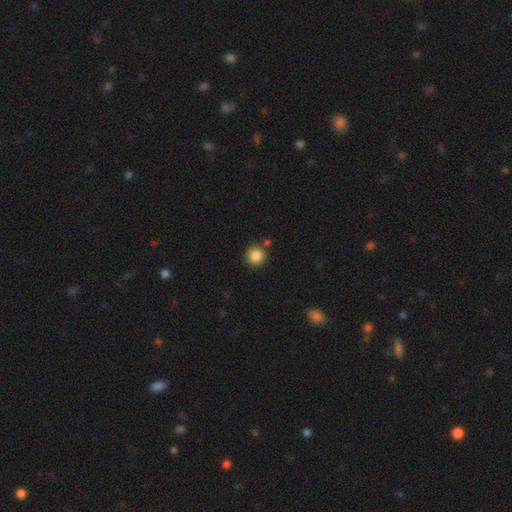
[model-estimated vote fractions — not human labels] Overall: smooth (87%). How rounded: round (94%). Merging: none (84%).